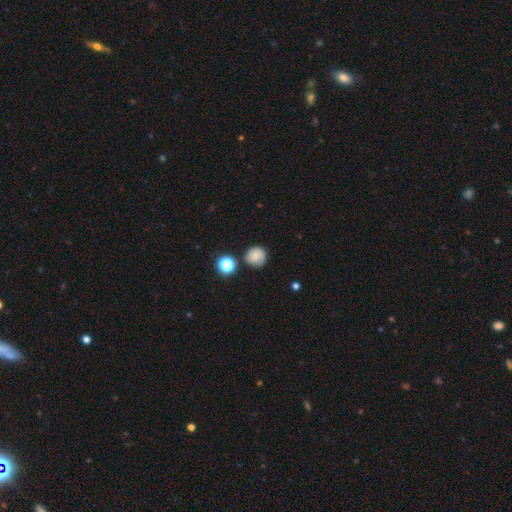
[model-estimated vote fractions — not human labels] A smooth galaxy with no disk features (72%) that is round (91%).

Vote fractions:
- Smooth or featured? smooth: 72% / featured or disk: 17% / star or artifact: 12%
- How rounded? round: 91% / in between: 8% / cigar-shaped: 1%
- Merging? none: 75% / minor disturbance: 15% / merger: 6% / major disturbance: 4%